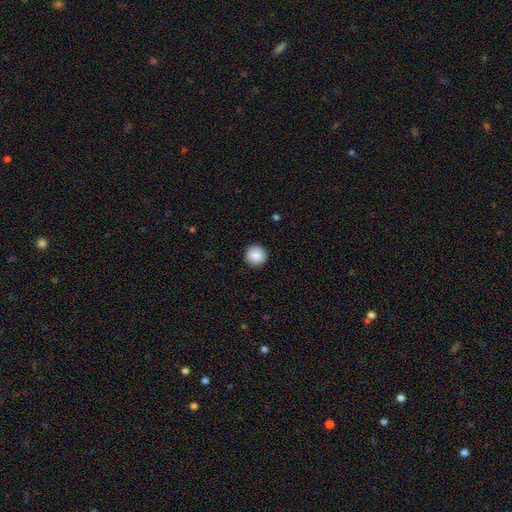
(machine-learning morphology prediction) Smooth or featured? smooth (89%)
How rounded? round (95%)
Merging? none (93%)